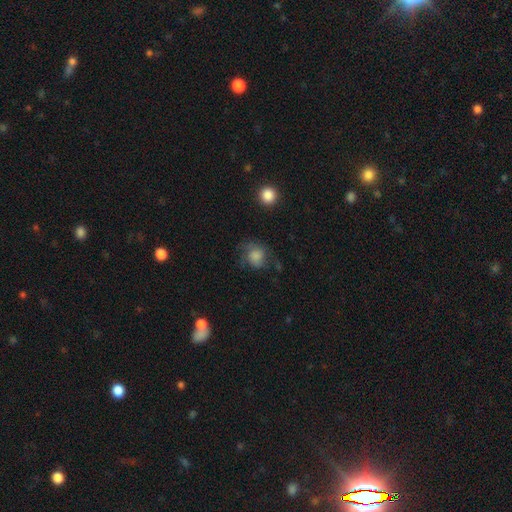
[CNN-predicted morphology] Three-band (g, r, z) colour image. It shows a smooth galaxy with no disk features (71%) that is round (77%). Merging: none (54%).